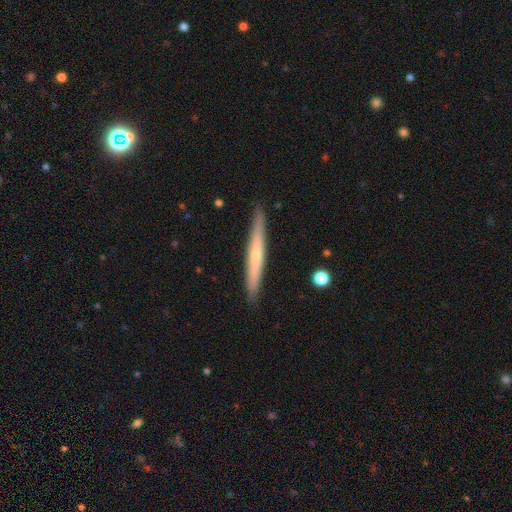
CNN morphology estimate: featured or disk 49%, smooth 45%, star or artifact 6%. Down the decision tree: merging — none (91%).